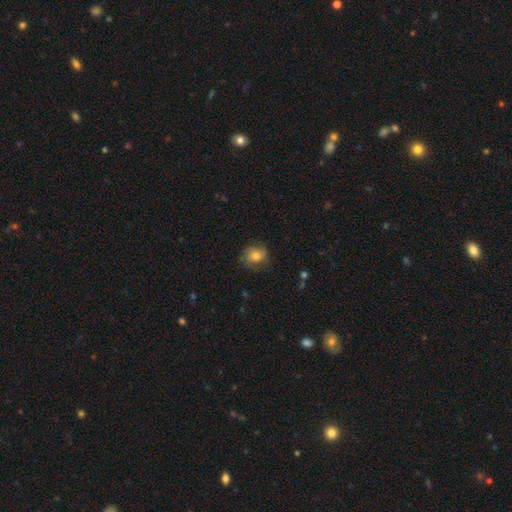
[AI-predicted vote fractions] Smooth or featured? Predicted: smooth (p=0.54). How rounded? Predicted: round (p=0.73). Merging? Predicted: none (p=0.72).